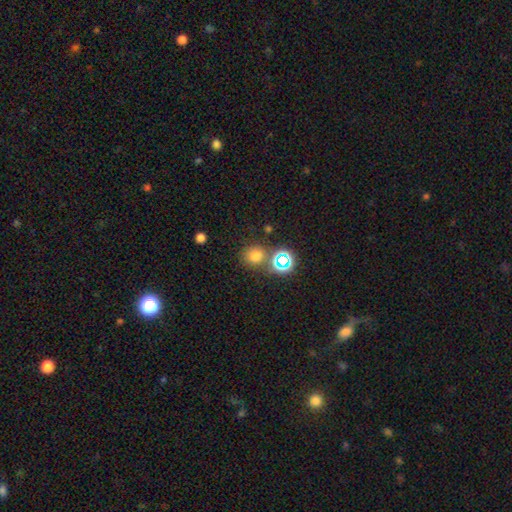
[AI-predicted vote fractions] Smooth or featured?
  - smooth: 69% *
  - star or artifact: 24%
  - featured or disk: 7%
How rounded?
  - round: 84% *
  - in between: 15%
  - cigar-shaped: 1%
Merging?
  - none: 75% *
  - merger: 12%
  - minor disturbance: 9%
  - major disturbance: 4%